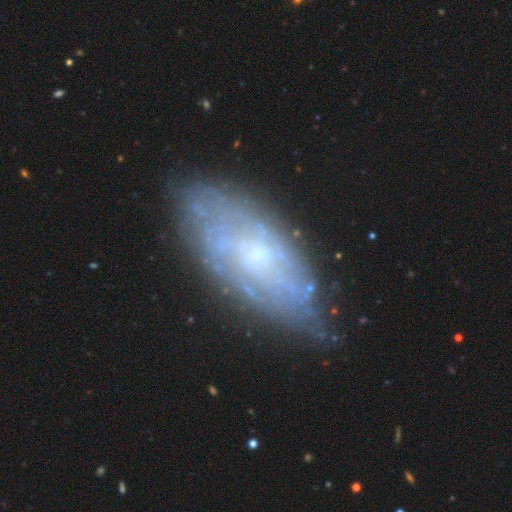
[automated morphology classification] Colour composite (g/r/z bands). It shows a featured or disk galaxy (68%) with no bar (75%), spiral arms (66%) and a small central bulge (64%). Merging: none (73%).